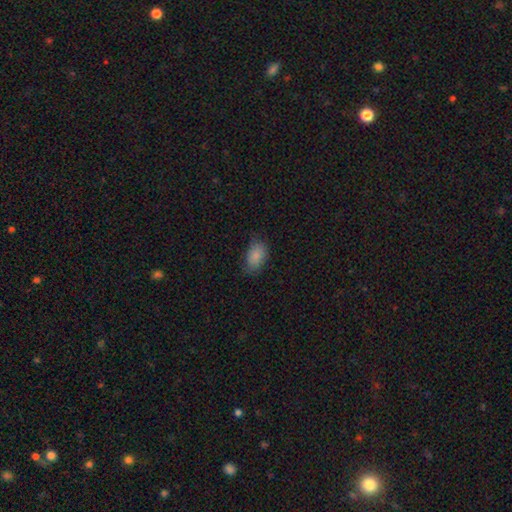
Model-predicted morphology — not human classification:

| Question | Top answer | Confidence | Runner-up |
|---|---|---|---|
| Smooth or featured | smooth | 86% | star or artifact (8%) |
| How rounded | in between | 89% | round (9%) |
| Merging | none | 69% | minor disturbance (24%) |